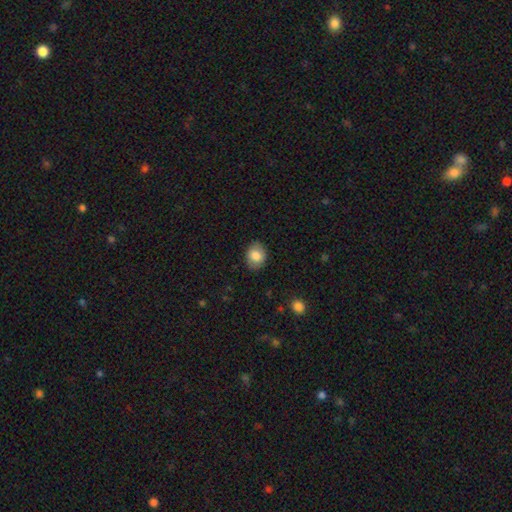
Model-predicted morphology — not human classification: smooth-or-featured: smooth: 81% | featured or disk: 11% | star or artifact: 8%
  how-rounded: in between: 54% | round: 45% | cigar-shaped: 1%
  merging: none: 84% | minor disturbance: 12% | major disturbance: 3% | merger: 1%